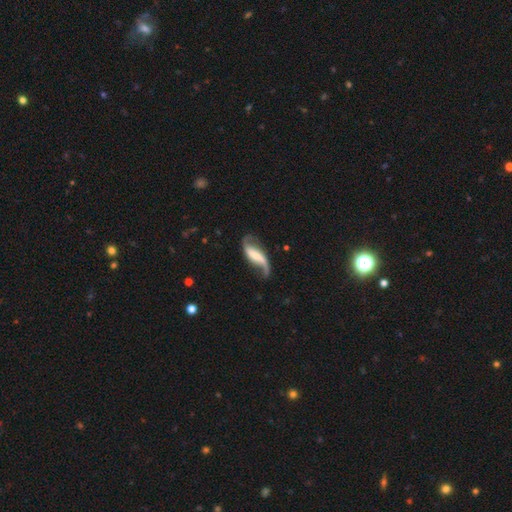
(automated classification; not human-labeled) Q: Smooth or featured?
A: featured or disk (80%); runner-up: smooth (15%)
Q: Edge-on disk?
A: no (92%); runner-up: yes (8%)
Q: Bar?
A: strong (44%); runner-up: weak (34%)
Q: Spiral arms?
A: yes (93%); runner-up: no (7%)
Q: Spiral winding?
A: loose (83%); runner-up: medium (13%)
Q: Spiral arm count?
A: 2 (82%); runner-up: 1 (13%)
Q: Bulge size?
A: small (33%); runner-up: none (26%)
Q: Merging?
A: none (56%); runner-up: minor disturbance (22%)